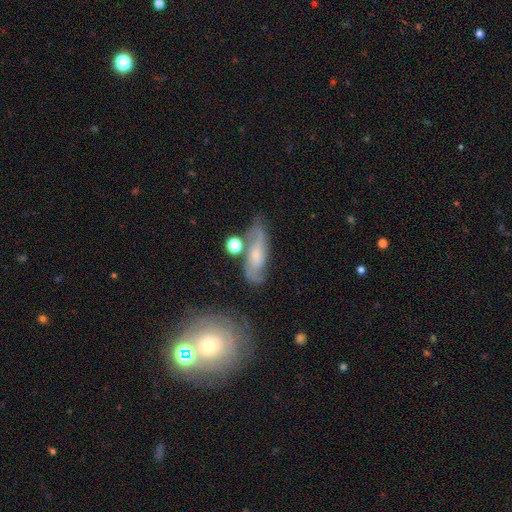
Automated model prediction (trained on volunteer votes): Overall: featured or disk (67%). Edge-on disk: no (86%). Bar: no (56%; weak 34%). Spiral arms: yes (89%). Spiral arm count: 2 (66%). Spiral winding: medium (41%; tight 34%). Bulge size: small (52%; moderate 35%). Merging: none (65%).